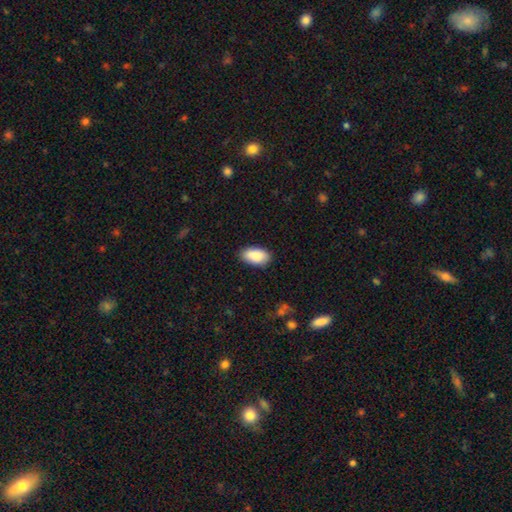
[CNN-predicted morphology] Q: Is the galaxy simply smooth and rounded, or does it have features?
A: smooth — 89%.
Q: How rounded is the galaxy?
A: in between — 94%.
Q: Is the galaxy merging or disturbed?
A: none — 85%.